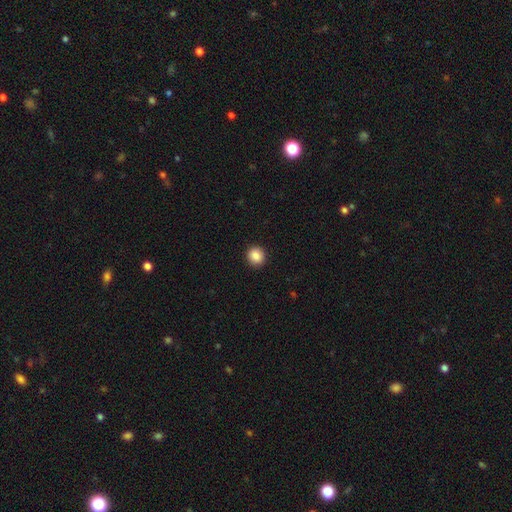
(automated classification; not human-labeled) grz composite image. It shows a smooth galaxy with no disk features (88%) that is round (87%). Merging: none (92%).